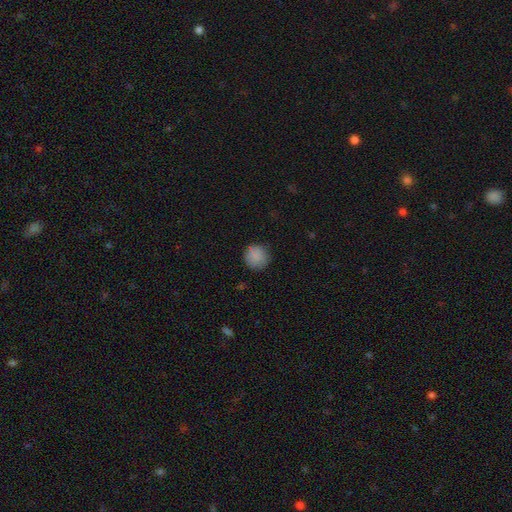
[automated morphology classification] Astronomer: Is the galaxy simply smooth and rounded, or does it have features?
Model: smooth — 87%.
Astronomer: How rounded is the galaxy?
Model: round — 93%.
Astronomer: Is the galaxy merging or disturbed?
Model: none — 86%.